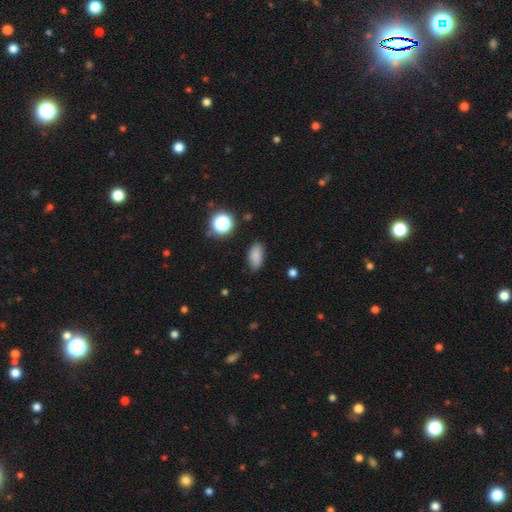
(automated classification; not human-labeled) Overall: smooth (84%). How rounded: in between (87%). Merging: none (84%).